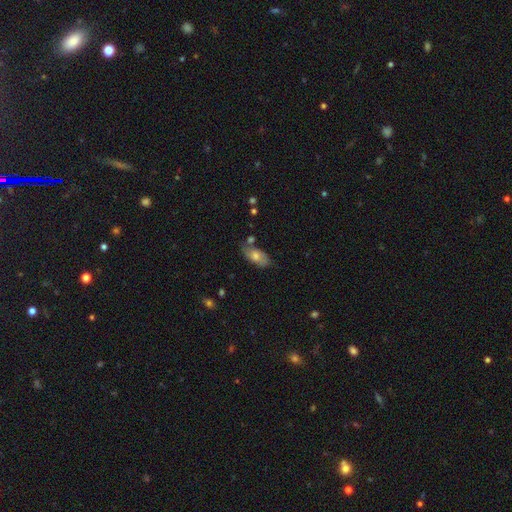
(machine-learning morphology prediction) smooth_or_featured: smooth (p=0.57) [alt: featured or disk p=0.34]
how_rounded: in between (p=0.88) [alt: cigar-shaped p=0.07]
merging: none (p=0.65) [alt: minor disturbance p=0.22]